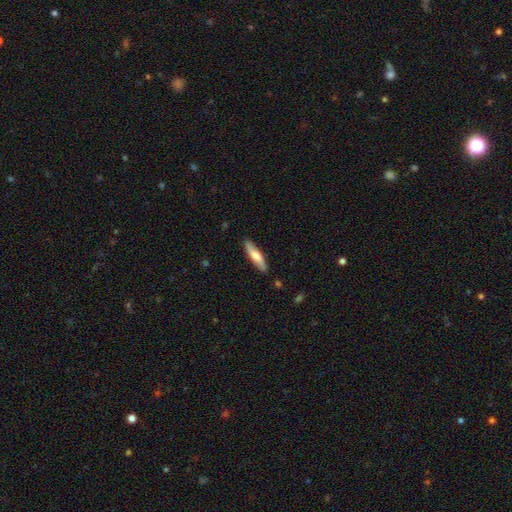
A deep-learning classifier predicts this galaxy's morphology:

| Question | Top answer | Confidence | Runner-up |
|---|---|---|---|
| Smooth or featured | smooth | 65% | featured or disk (30%) |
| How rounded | cigar-shaped | 76% | in between (23%) |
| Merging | none | 88% | minor disturbance (9%) |